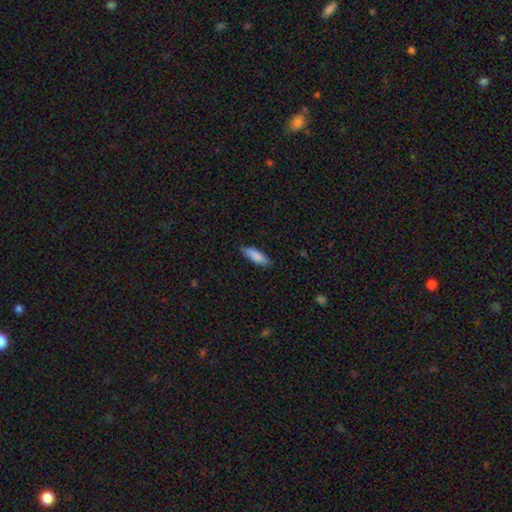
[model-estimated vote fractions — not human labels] This appears to be a smooth galaxy with no disk features (84%) that is cigar-shaped (51%). Merging: none (83%).